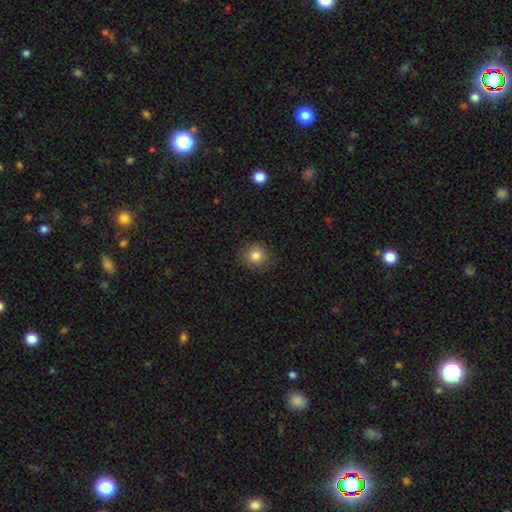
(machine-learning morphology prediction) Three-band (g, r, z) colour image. It shows a smooth galaxy with no disk features (82%) that is round (90%). Merging: none (85%).